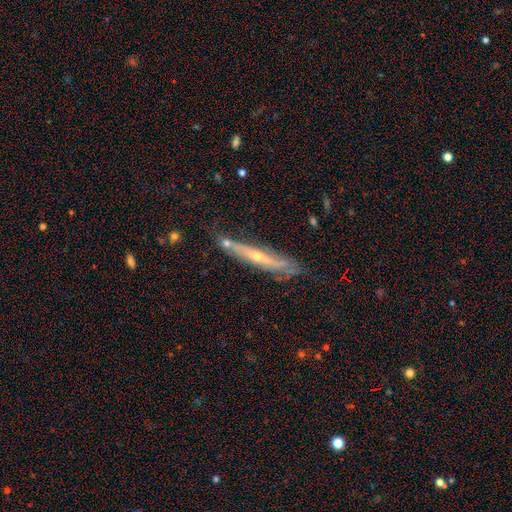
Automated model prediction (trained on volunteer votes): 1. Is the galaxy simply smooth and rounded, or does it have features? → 70% featured or disk, 24% smooth, 7% star or artifact.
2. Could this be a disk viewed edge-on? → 82% yes, 18% no.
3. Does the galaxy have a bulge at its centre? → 72% rounded, 25% none, 3% boxy.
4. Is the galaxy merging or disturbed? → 65% none, 24% minor disturbance, 6% merger, 6% major disturbance.